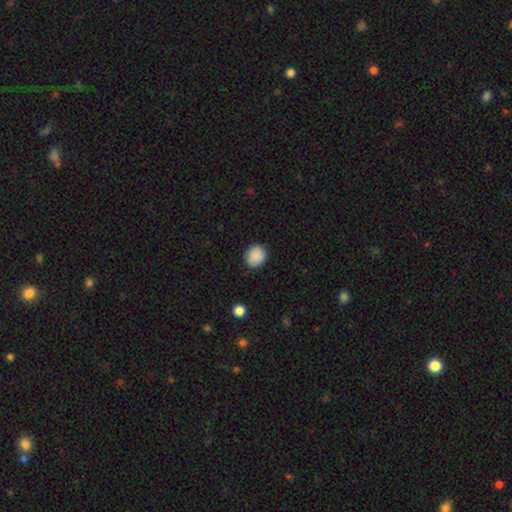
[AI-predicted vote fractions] This is clearly a smooth galaxy (89%). How rounded: likely round (73%). Merging: clearly none (88%).